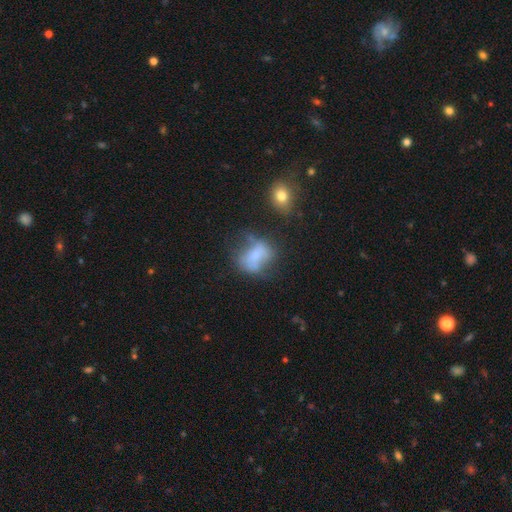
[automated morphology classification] Smooth or featured?
  - smooth: 51% *
  - featured or disk: 36%
  - star or artifact: 13%
How rounded?
  - in between: 69% *
  - round: 29%
  - cigar-shaped: 2%
Merging?
  - none: 32% *
  - major disturbance: 30%
  - minor disturbance: 26%
  - merger: 11%